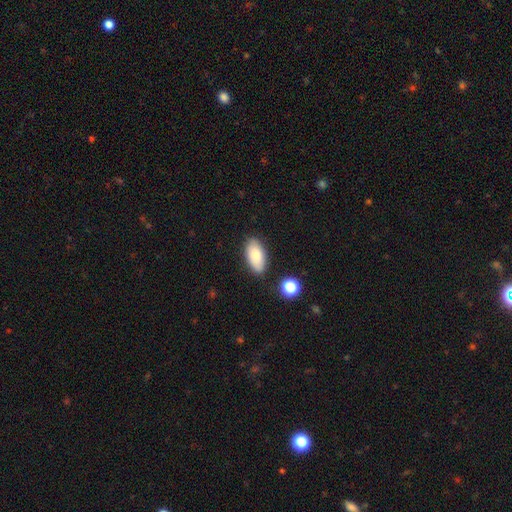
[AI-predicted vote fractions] Smooth or featured? smooth (83%)
How rounded? in between (93%)
Merging? none (82%)